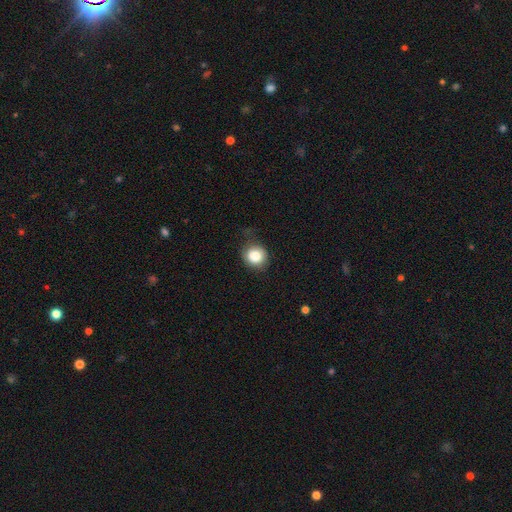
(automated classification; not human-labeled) smooth_or_featured: smooth (p=0.84) [alt: star or artifact p=0.09]
how_rounded: round (p=0.80) [alt: in between p=0.19]
merging: none (p=0.70) [alt: minor disturbance p=0.22]